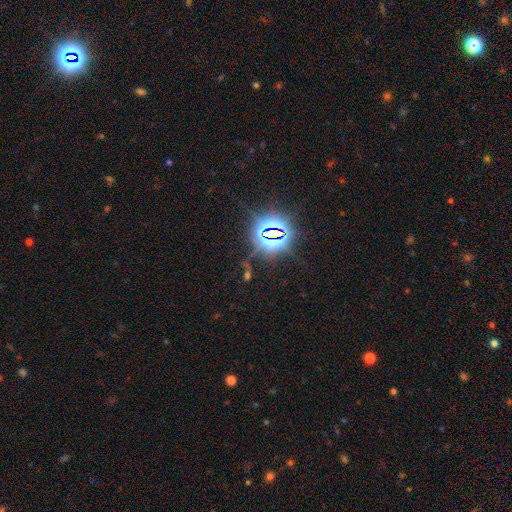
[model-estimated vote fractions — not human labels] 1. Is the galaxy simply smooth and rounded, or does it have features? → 84% star or artifact, 10% smooth, 6% featured or disk.